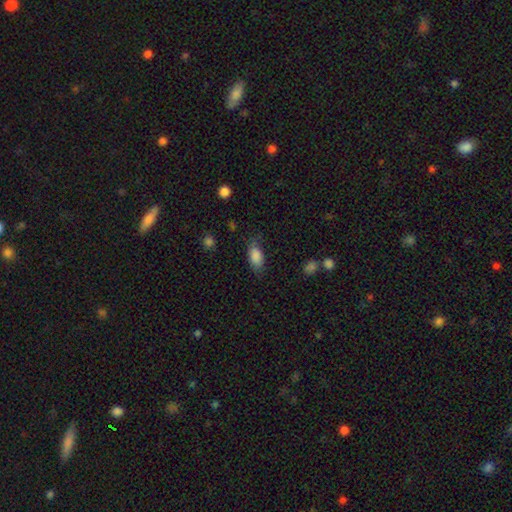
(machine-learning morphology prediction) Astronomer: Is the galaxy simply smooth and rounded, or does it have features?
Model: smooth — 85%.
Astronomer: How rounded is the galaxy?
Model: in between — 91%.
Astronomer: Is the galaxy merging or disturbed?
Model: none — 65%.